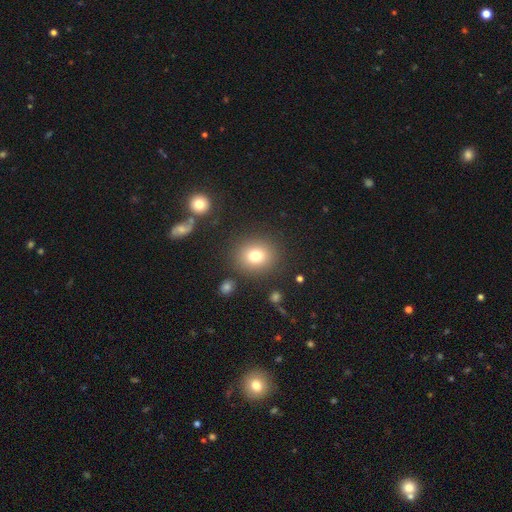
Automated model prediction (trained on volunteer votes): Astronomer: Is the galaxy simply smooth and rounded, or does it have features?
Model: smooth — 77%.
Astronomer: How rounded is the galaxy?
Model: round — 76%.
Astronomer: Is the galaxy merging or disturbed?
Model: none — 85%.